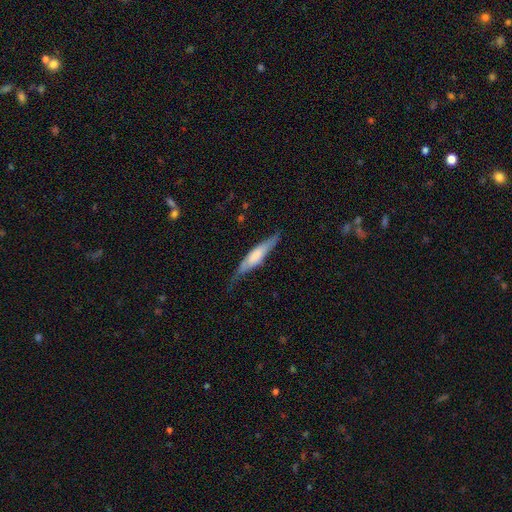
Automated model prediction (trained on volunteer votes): Overall: smooth (54%; featured or disk 40%). How rounded: cigar-shaped (78%). Merging: none (66%).